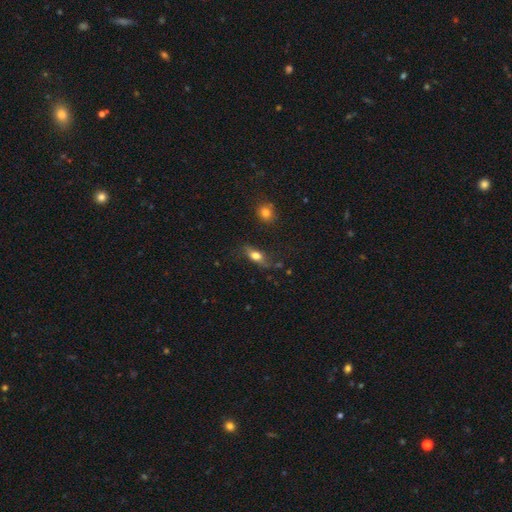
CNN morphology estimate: smooth-or-featured: smooth: 64% | featured or disk: 26% | star or artifact: 10%
  how-rounded: in between: 68% | cigar-shaped: 22% | round: 10%
  merging: none: 65% | minor disturbance: 22% | major disturbance: 10% | merger: 3%